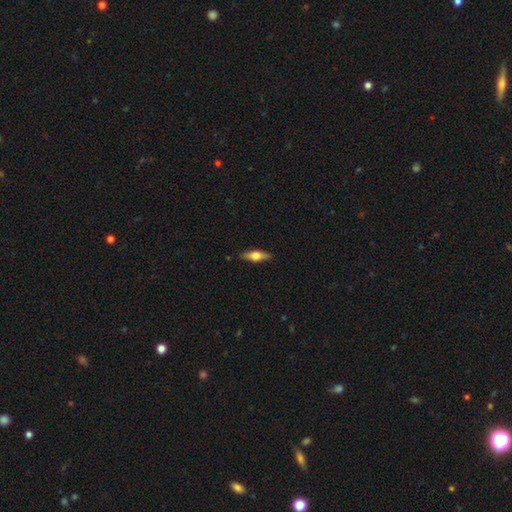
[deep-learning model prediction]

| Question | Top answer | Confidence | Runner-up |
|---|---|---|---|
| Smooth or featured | smooth | 48% | featured or disk (45%) |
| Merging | none | 87% | minor disturbance (10%) |